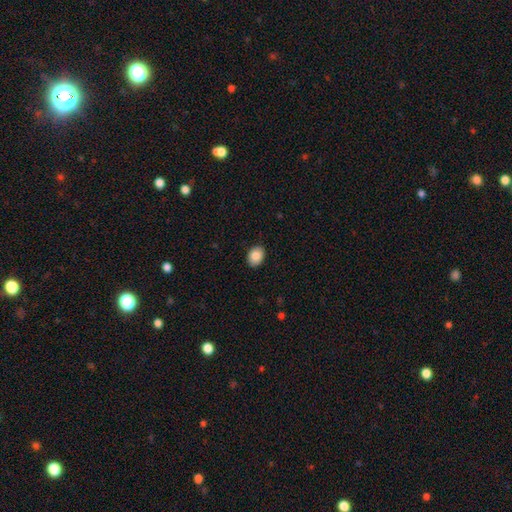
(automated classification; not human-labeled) Smooth or featured? Predicted: smooth (p=0.87). How rounded? Predicted: in between (p=0.69). Merging? Predicted: none (p=0.88).